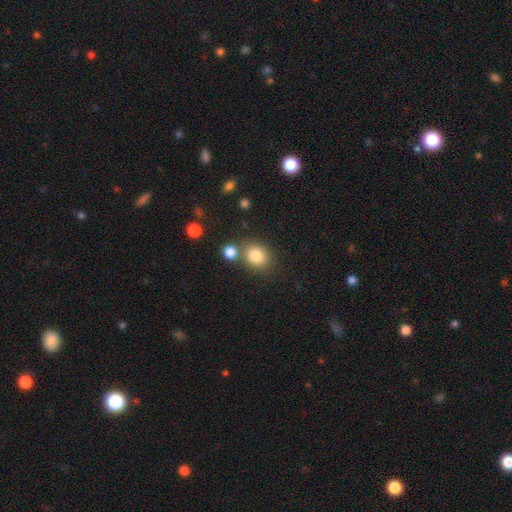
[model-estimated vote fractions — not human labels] Smooth or featured? smooth (83%)
How rounded? round (65%)
Merging? none (68%)